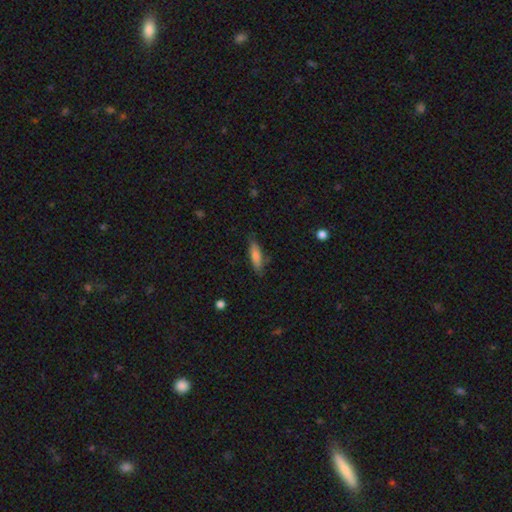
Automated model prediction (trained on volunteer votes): Smooth or featured? smooth (73%)
How rounded? cigar-shaped (66%)
Merging? none (78%)